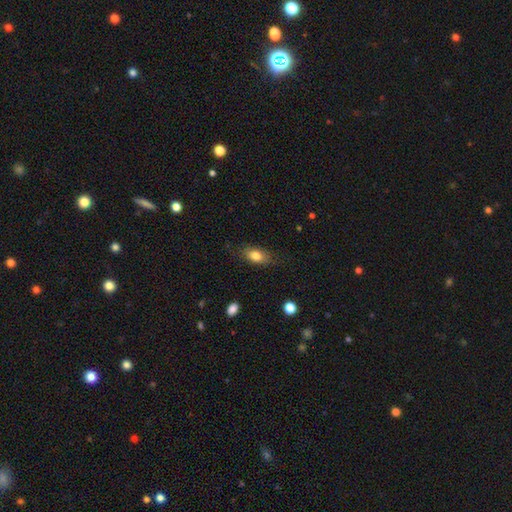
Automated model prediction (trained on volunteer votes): smooth-or-featured: smooth: 79% | featured or disk: 13% | star or artifact: 8%
  how-rounded: in between: 83% | round: 9% | cigar-shaped: 8%
  merging: none: 78% | minor disturbance: 16% | major disturbance: 4% | merger: 1%